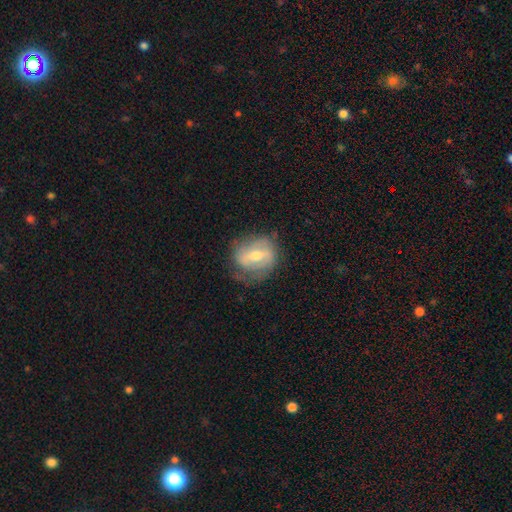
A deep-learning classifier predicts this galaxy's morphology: type=featured or disk (61%); edge-on=no (94%); bar=weak (44%); spiral arms=yes (63%); bulge=moderate (66%); merging=none (62%).